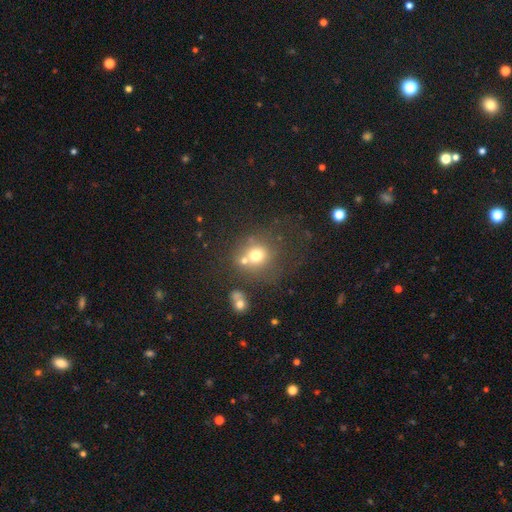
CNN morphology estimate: Smooth or featured?
  - smooth: 69% *
  - star or artifact: 16%
  - featured or disk: 14%
How rounded?
  - round: 84% *
  - in between: 15%
  - cigar-shaped: 1%
Merging?
  - none: 57% *
  - merger: 22%
  - minor disturbance: 13%
  - major disturbance: 8%